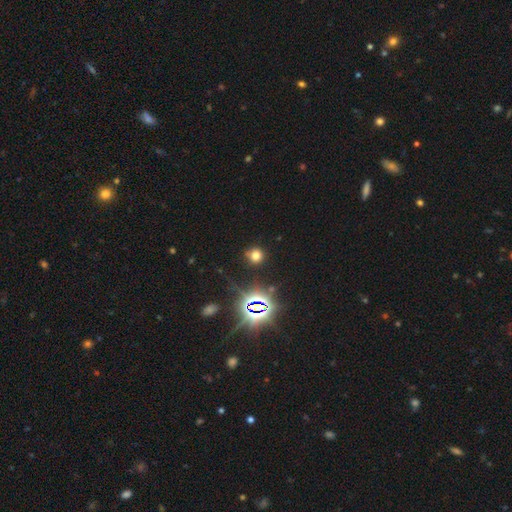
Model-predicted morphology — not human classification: Smooth or featured: smooth — 63% (star or artifact — 30%)
How rounded: round — 88% (in between — 10%)
Merging: none — 82% (minor disturbance — 11%)